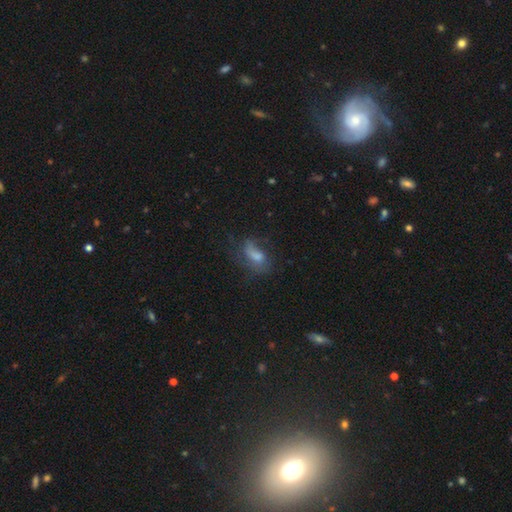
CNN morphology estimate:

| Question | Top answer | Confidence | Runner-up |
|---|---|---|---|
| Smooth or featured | smooth | 43% | featured or disk (40%) |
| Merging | none | 50% | minor disturbance (24%) |